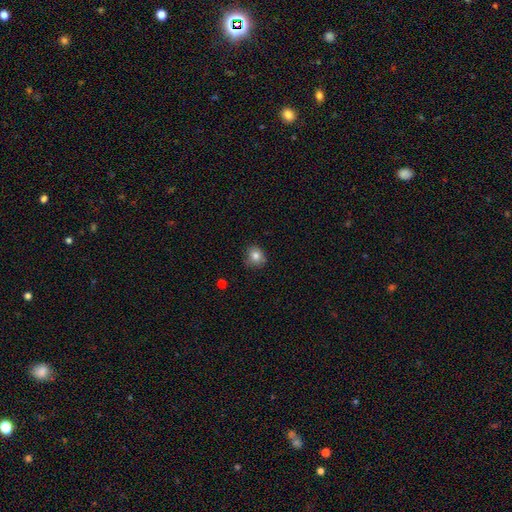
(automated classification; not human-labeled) A smooth galaxy with no disk features (81%) that is round (77%).

Vote fractions:
- Smooth or featured? smooth: 81% / star or artifact: 11% / featured or disk: 8%
- How rounded? round: 77% / in between: 22% / cigar-shaped: 1%
- Merging? none: 75% / minor disturbance: 20% / major disturbance: 3% / merger: 2%